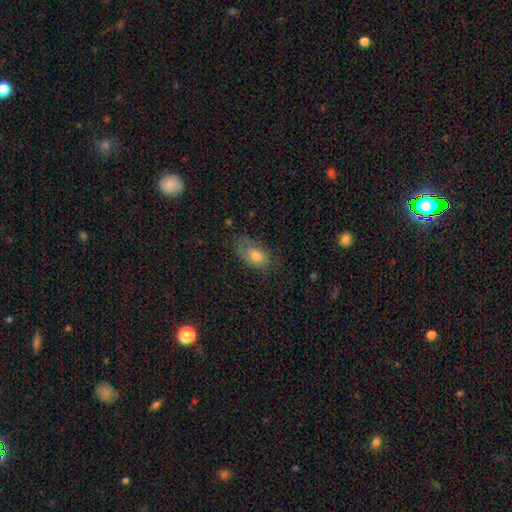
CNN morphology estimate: This is likely a smooth galaxy (73%). How rounded: clearly in between (88%). Merging: possibly none (57%).